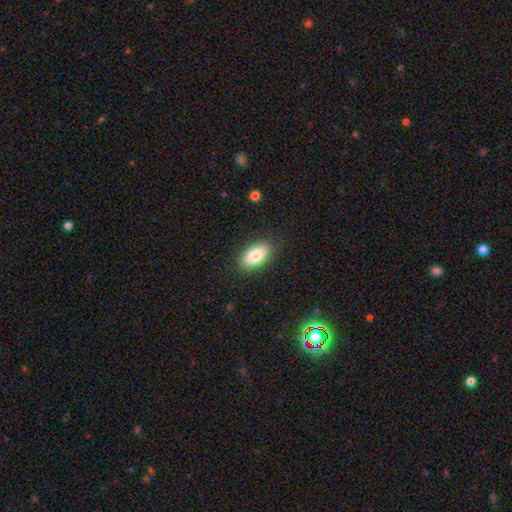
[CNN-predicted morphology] The model was most divided on "smooth or featured": smooth: 82%, featured or disk: 11%, star or artifact: 7%. More confident: how rounded — in between (92%); merging — none (86%).